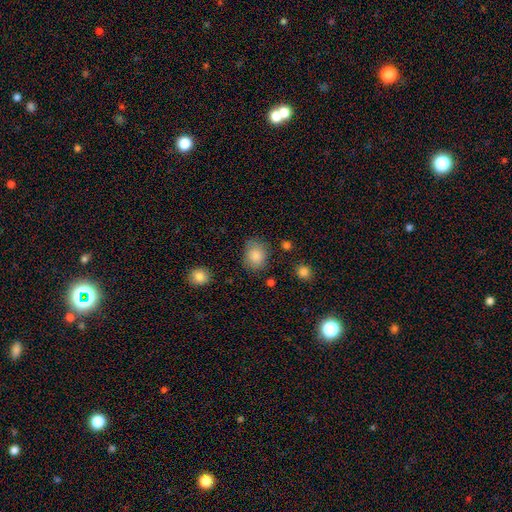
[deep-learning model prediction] Morphology: type=smooth (85%); roundness=round (57%); merging=none (72%).